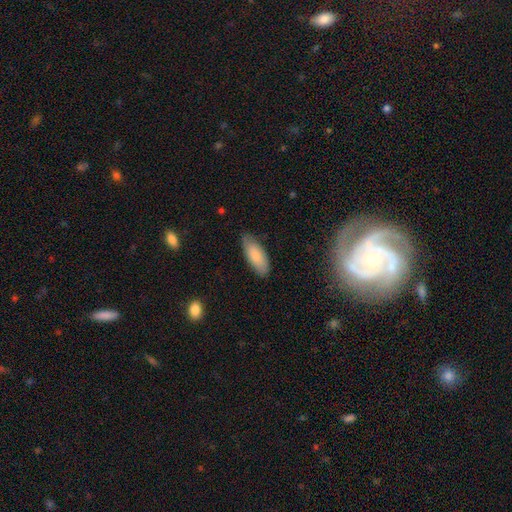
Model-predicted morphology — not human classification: type=smooth (83%); roundness=in between (79%); merging=none (80%).